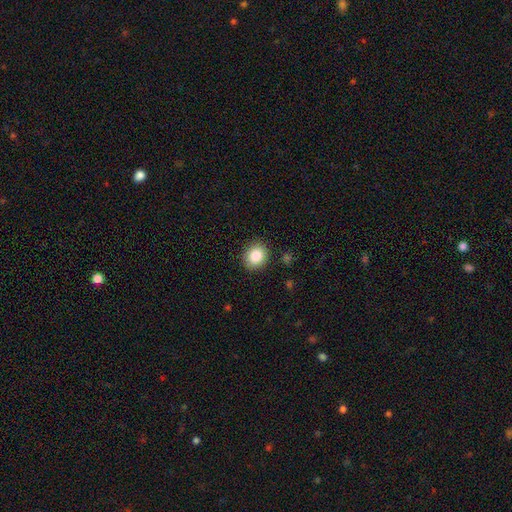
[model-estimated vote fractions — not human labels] A smooth galaxy with no disk features (86%) that is round (68%).

Vote fractions:
- Smooth or featured? smooth: 86% / star or artifact: 9% / featured or disk: 5%
- How rounded? round: 68% / in between: 31% / cigar-shaped: 1%
- Merging? none: 88% / minor disturbance: 9% / major disturbance: 2% / merger: 1%